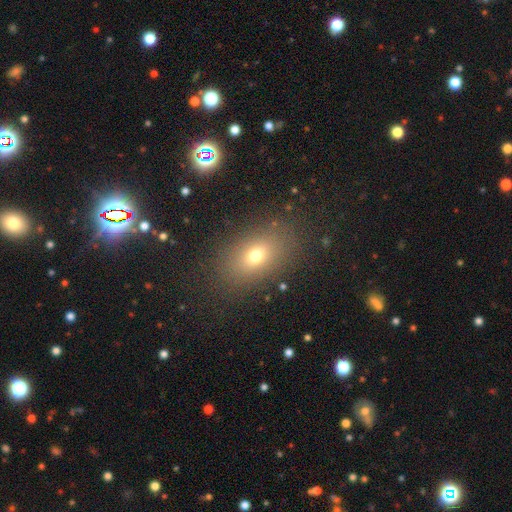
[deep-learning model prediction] smooth 70%, star or artifact 15%, featured or disk 15%. Down the decision tree: how rounded — in between (79%); merging — none (84%).